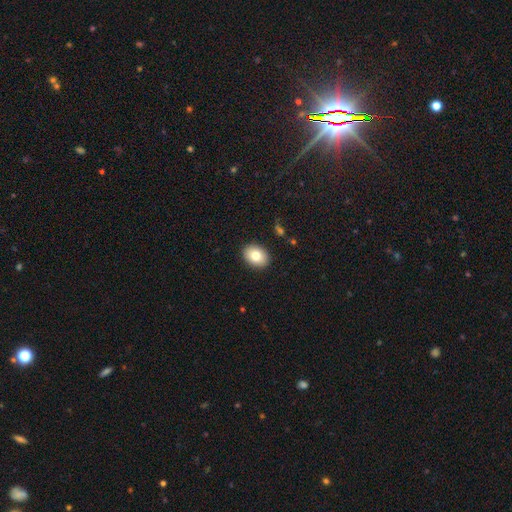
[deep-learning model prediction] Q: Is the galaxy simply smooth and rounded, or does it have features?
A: smooth — 81%.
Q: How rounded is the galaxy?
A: in between — 73%.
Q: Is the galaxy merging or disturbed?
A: none — 90%.